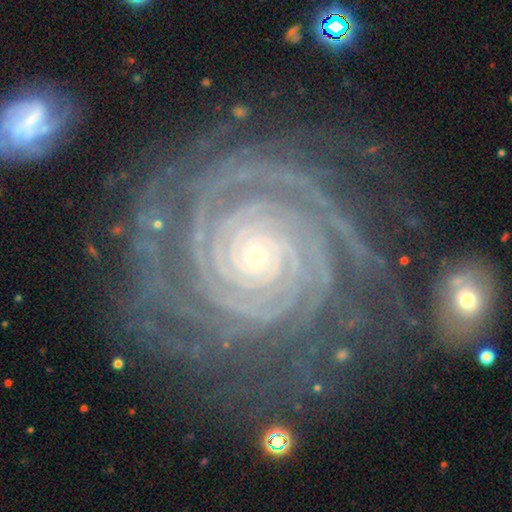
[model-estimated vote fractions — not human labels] This appears to be a featured or disk galaxy (92%) with no bar (77%), 2 (22%) tight (89%) spiral arms (99%) and a small central bulge (86%). Merging: none (70%).